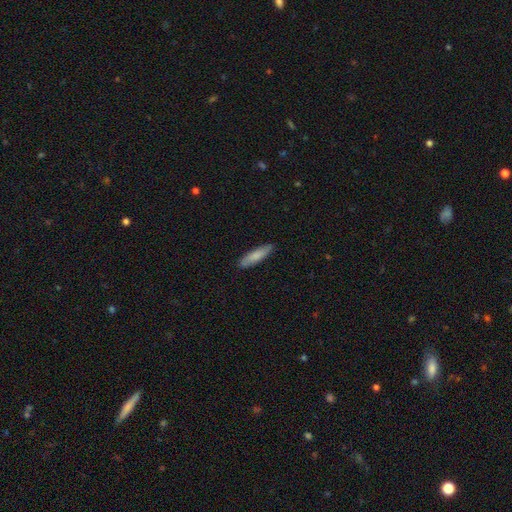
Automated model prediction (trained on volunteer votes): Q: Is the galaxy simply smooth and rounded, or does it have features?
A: smooth — 80%.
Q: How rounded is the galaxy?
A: cigar-shaped — 78%.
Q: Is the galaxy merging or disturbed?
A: none — 88%.